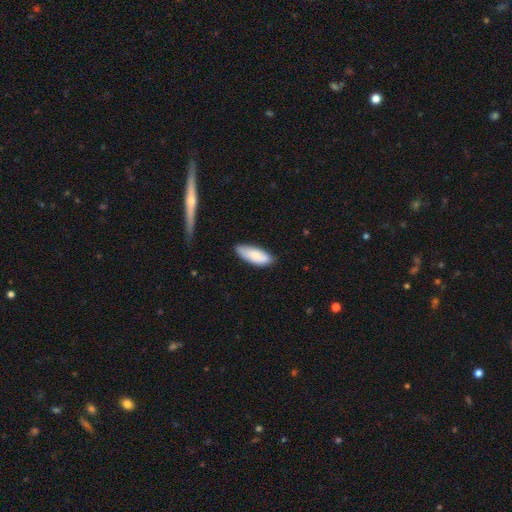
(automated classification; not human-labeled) smooth 80%, featured or disk 14%, star or artifact 6%. Down the decision tree: how rounded — in between (76%); merging — none (74%).